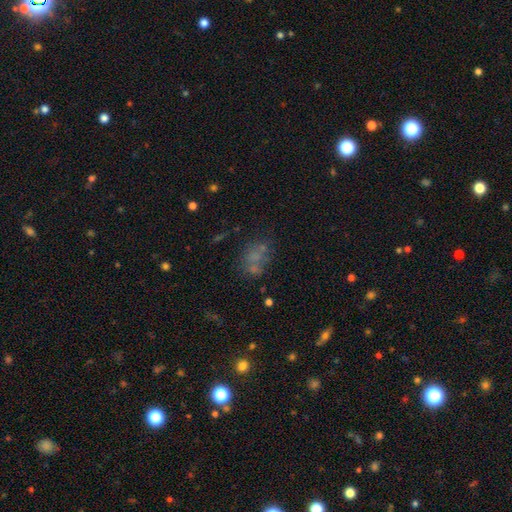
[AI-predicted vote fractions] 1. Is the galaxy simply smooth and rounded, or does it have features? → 49% smooth, 26% featured or disk, 25% star or artifact.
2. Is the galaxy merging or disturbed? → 47% none, 23% merger, 16% minor disturbance, 14% major disturbance.